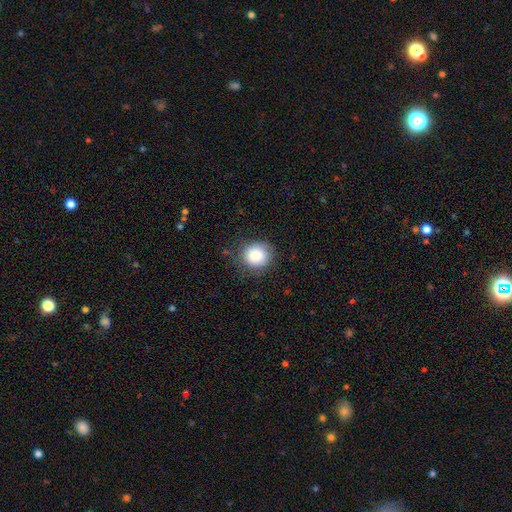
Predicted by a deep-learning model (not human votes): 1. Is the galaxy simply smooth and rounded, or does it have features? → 84% smooth, 9% star or artifact, 7% featured or disk.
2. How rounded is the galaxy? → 89% round, 10% in between, 1% cigar-shaped.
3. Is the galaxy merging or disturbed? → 80% none, 15% minor disturbance, 4% major disturbance, 1% merger.